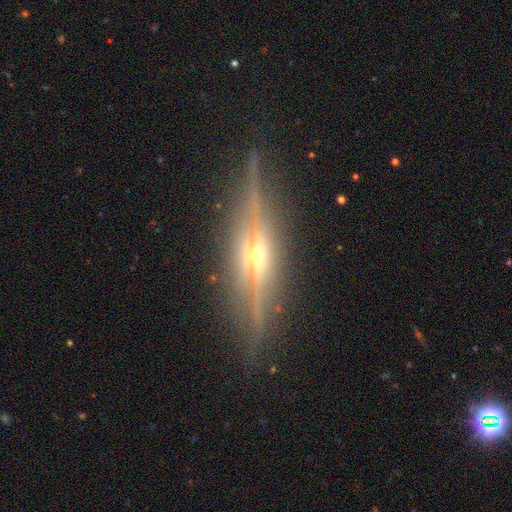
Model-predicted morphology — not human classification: A featured or disk galaxy (84%) viewed edge-on (94%) with a rounded central bulge (84%).

Vote fractions:
- Smooth or featured? featured or disk: 84% / smooth: 8% / star or artifact: 8%
- Edge-on disk? yes: 94% / no: 6%
- Edge-on bulge? rounded: 84% / boxy: 10% / none: 7%
- Merging? none: 80% / minor disturbance: 13% / major disturbance: 5% / merger: 2%